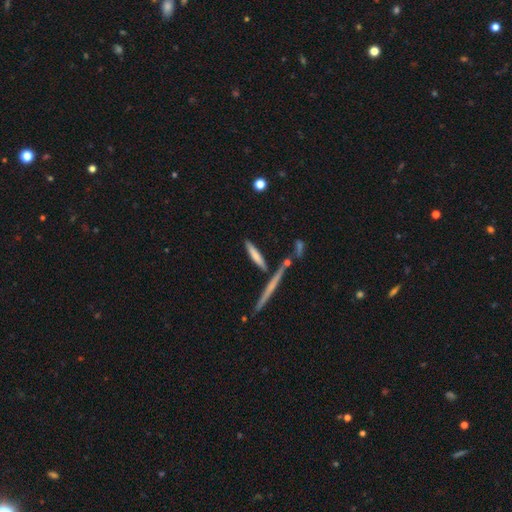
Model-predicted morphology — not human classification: Smooth or featured: smooth — 66% (featured or disk — 26%)
How rounded: cigar-shaped — 84% (in between — 14%)
Merging: none — 68% (merger — 14%)